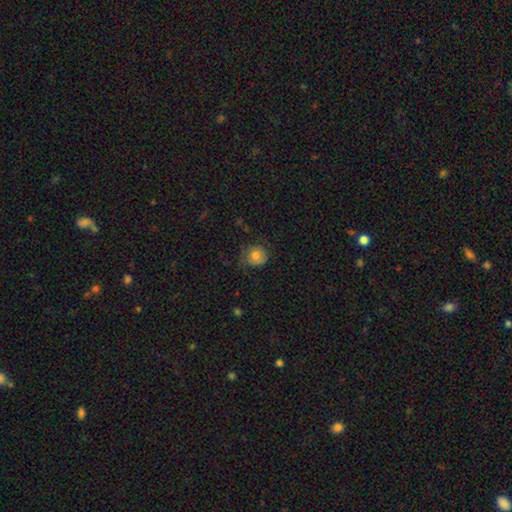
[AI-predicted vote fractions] A smooth galaxy with no disk features (75%) that is round (81%). Merging: none (59%).